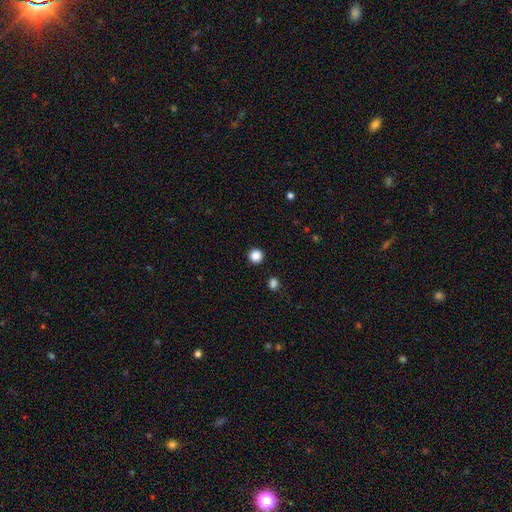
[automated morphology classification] Smooth or featured?
  - smooth: 87% *
  - star or artifact: 11%
  - featured or disk: 3%
How rounded?
  - round: 95% *
  - in between: 4%
  - cigar-shaped: 1%
Merging?
  - none: 92% *
  - minor disturbance: 4%
  - major disturbance: 2%
  - merger: 2%